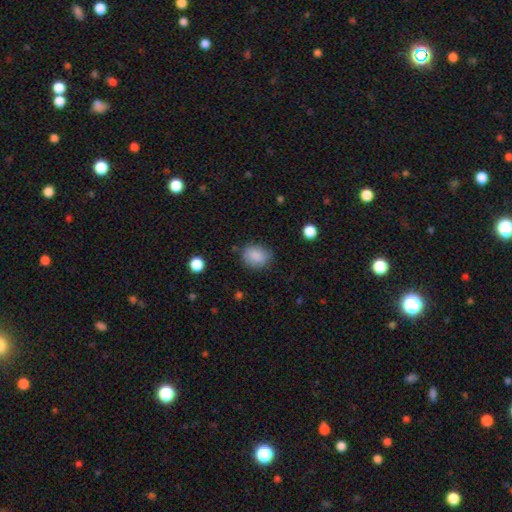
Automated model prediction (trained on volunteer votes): This is clearly a smooth galaxy (86%). How rounded: possibly in between (52%). Merging: likely none (77%).